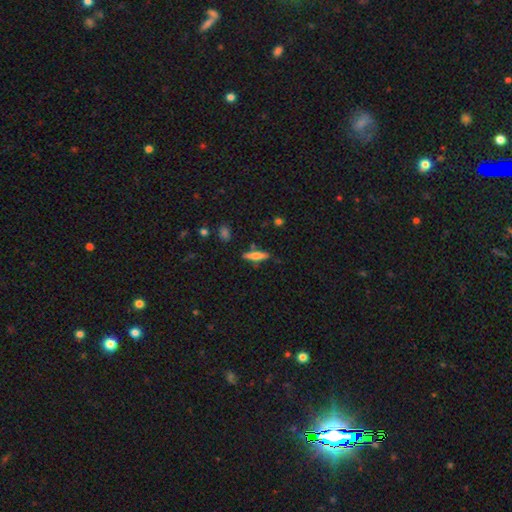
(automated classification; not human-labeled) smooth 59%, featured or disk 34%, star or artifact 7%. Down the decision tree: how rounded — cigar-shaped (79%); merging — none (81%).